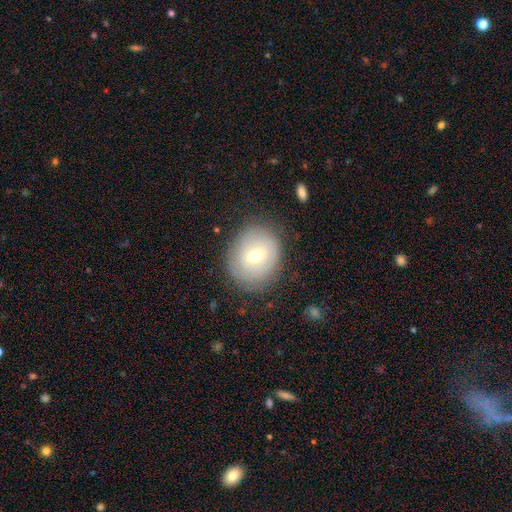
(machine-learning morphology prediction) smooth_or_featured: smooth (p=0.51) [alt: featured or disk p=0.40]
how_rounded: round (p=0.68) [alt: in between p=0.31]
merging: none (p=0.77) [alt: minor disturbance p=0.16]